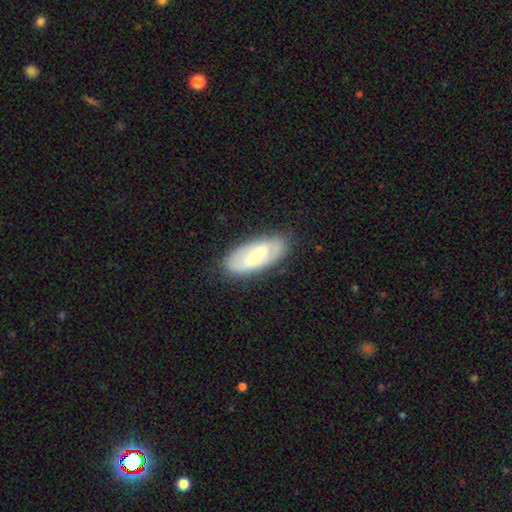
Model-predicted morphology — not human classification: A featured or disk galaxy (49%). Merging: none (82%).